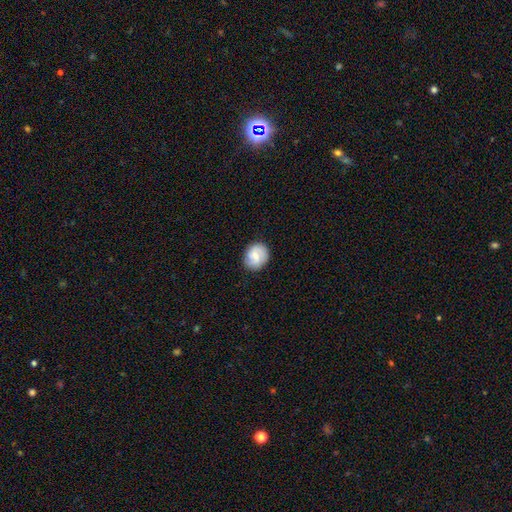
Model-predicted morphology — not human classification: Smooth or featured? Predicted: smooth (p=0.56). How rounded? Predicted: round (p=0.78). Merging? Predicted: none (p=0.83).